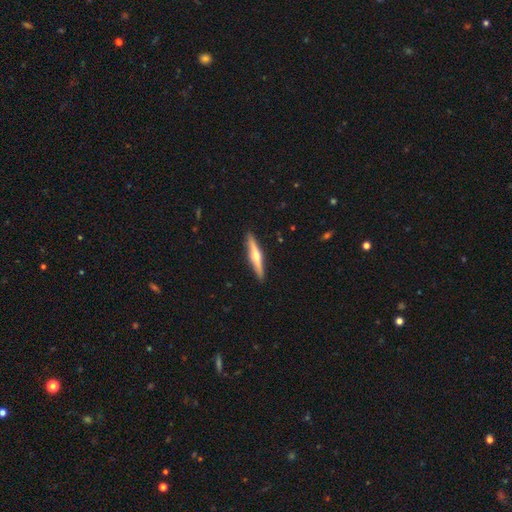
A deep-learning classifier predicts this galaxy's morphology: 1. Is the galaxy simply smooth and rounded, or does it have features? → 64% featured or disk, 31% smooth, 5% star or artifact.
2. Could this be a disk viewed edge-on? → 97% yes, 3% no.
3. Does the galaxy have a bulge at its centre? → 89% rounded, 5% boxy, 5% none.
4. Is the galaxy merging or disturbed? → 91% none, 6% minor disturbance, 1% major disturbance, 1% merger.